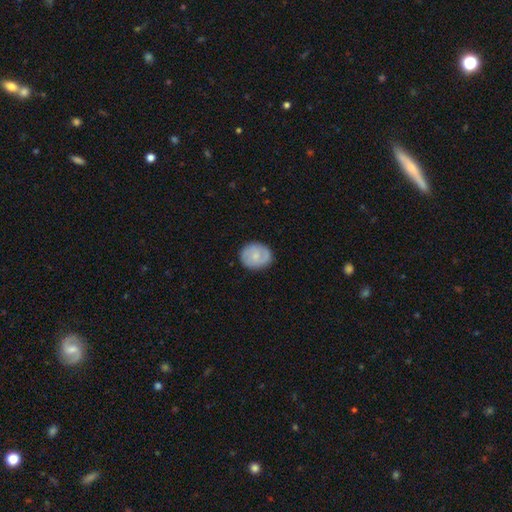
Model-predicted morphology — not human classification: Smooth or featured? smooth (51%)
How rounded? round (71%)
Merging? none (85%)